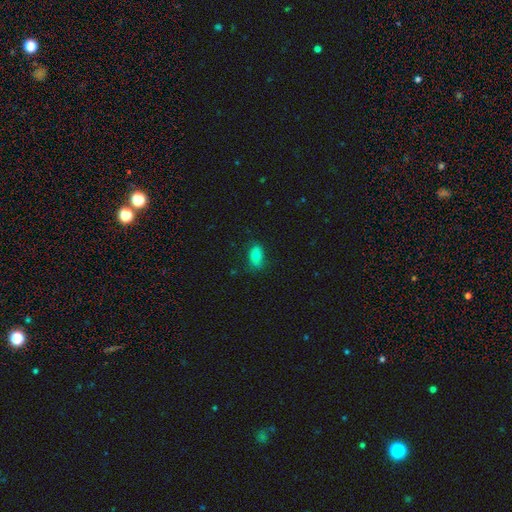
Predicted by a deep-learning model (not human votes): A smooth galaxy with no disk features (75%) that is in between round and cigar-shaped (88%). Merging: none (76%).